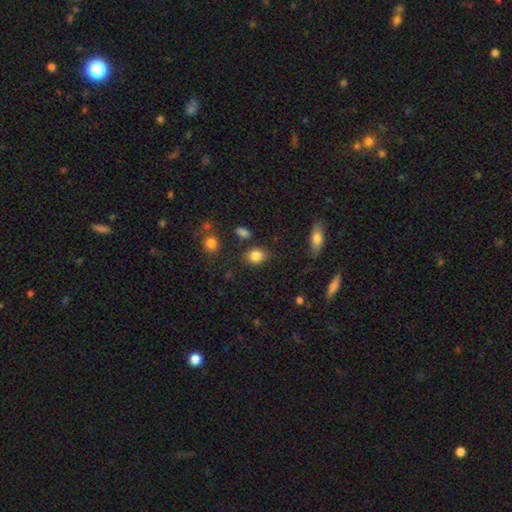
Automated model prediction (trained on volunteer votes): Smooth or featured? smooth (84%)
How rounded? in between (55%)
Merging? none (81%)